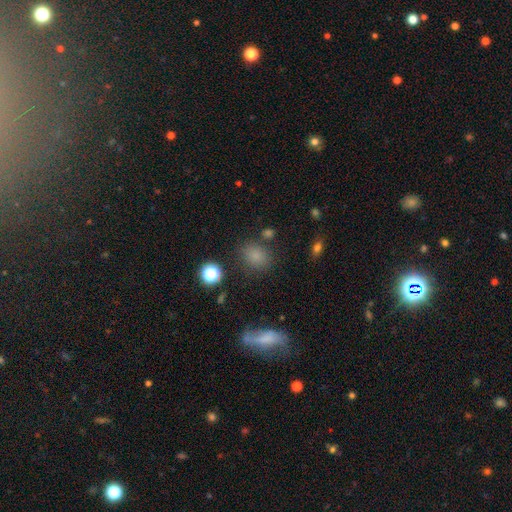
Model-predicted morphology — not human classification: Smooth or featured: smooth — 78% (star or artifact — 16%)
How rounded: round — 56% (in between — 43%)
Merging: none — 77% (minor disturbance — 13%)